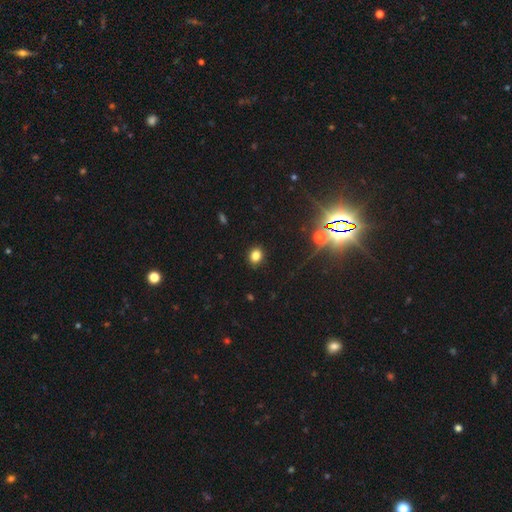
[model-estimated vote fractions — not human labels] Morphology: type=smooth (81%); roundness=round (57%); merging=none (90%).